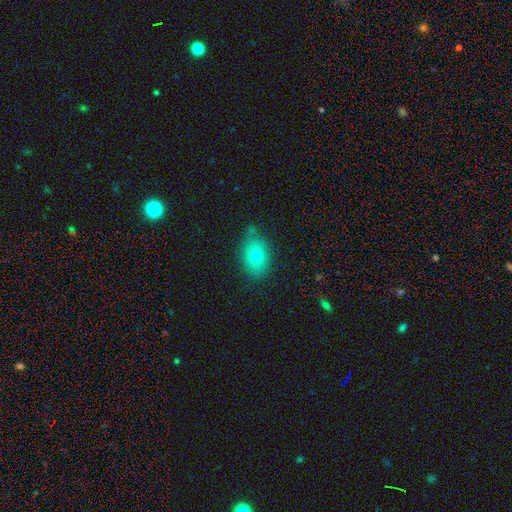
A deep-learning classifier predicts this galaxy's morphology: Smooth or featured? smooth (73%)
How rounded? in between (75%)
Merging? none (75%)